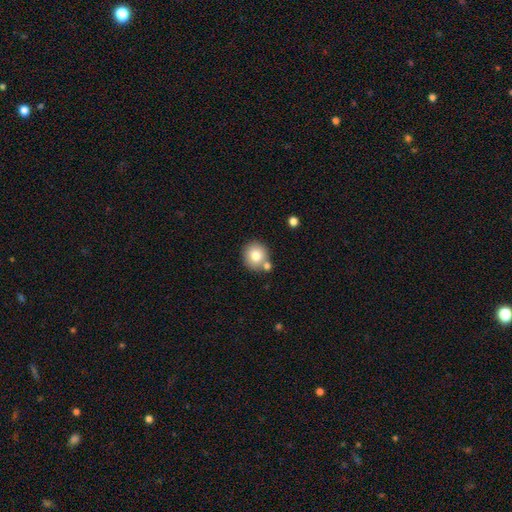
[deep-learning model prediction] The model was most divided on "merging": none: 70%, merger: 17%, minor disturbance: 10%, major disturbance: 3%. More confident: how rounded — round (89%); smooth or featured — smooth (78%).